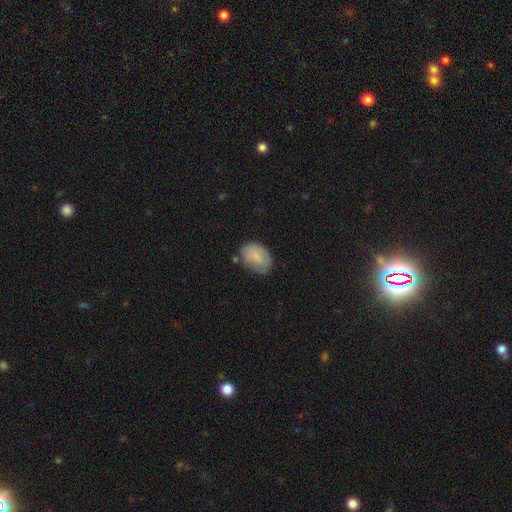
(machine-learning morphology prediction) Smooth or featured? smooth (76%)
How rounded? in between (86%)
Merging? none (68%)